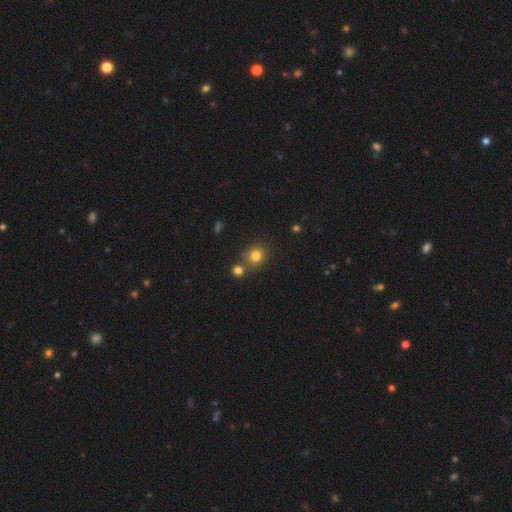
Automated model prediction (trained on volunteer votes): Overall: smooth (79%). How rounded: round (83%). Merging: none (70%).